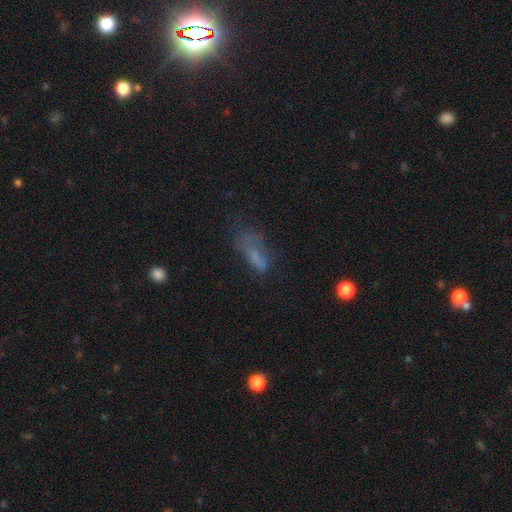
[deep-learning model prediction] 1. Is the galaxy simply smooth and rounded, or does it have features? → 55% smooth, 26% featured or disk, 19% star or artifact.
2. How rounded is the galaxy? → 67% in between, 28% cigar-shaped, 5% round.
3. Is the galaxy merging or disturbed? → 37% major disturbance, 32% none, 24% minor disturbance, 7% merger.